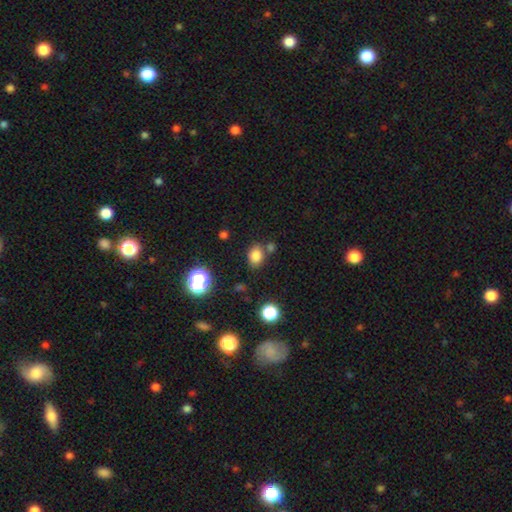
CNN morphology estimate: A smooth galaxy with no disk features (78%) that is in between round and cigar-shaped (59%). Merging: none (71%).